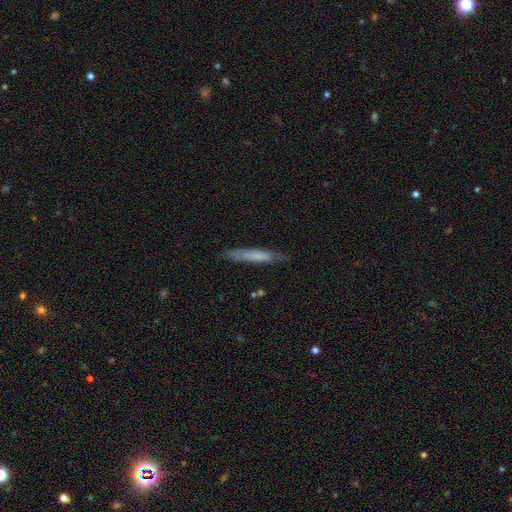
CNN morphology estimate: Smooth or featured?
  - smooth: 61% *
  - featured or disk: 33%
  - star or artifact: 6%
How rounded?
  - cigar-shaped: 94% *
  - in between: 5%
  - round: 1%
Merging?
  - none: 80% *
  - minor disturbance: 15%
  - major disturbance: 3%
  - merger: 2%